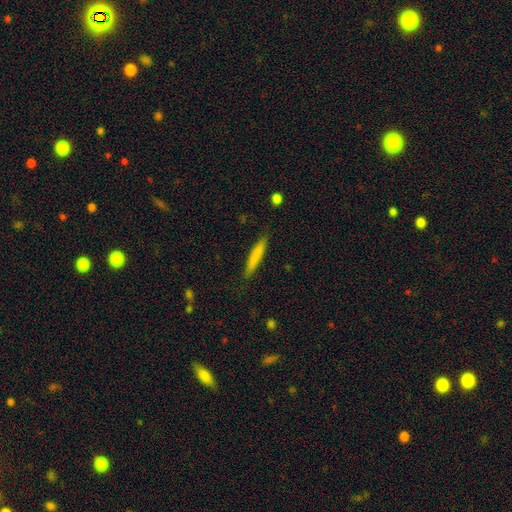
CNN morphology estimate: smooth 78%, featured or disk 16%, star or artifact 6%. Down the decision tree: how rounded — cigar-shaped (93%); merging — none (87%).